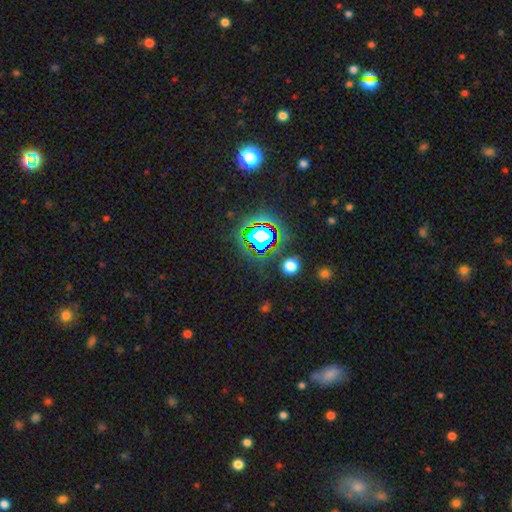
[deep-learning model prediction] Q: Smooth or featured?
A: star or artifact (80%); runner-up: smooth (12%)